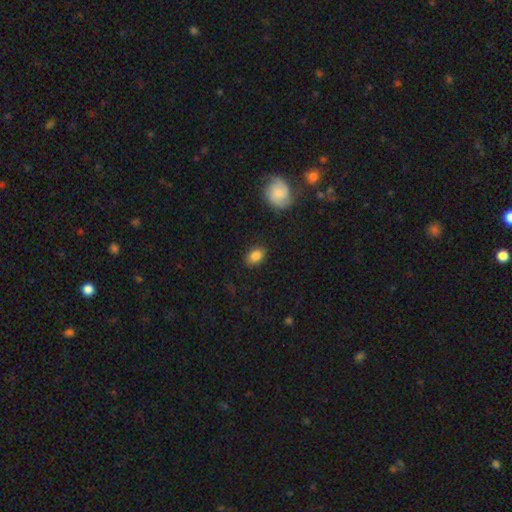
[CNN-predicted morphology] smooth_or_featured: smooth (p=0.84) [alt: star or artifact p=0.08]
how_rounded: in between (p=0.79) [alt: round p=0.20]
merging: none (p=0.85) [alt: minor disturbance p=0.11]